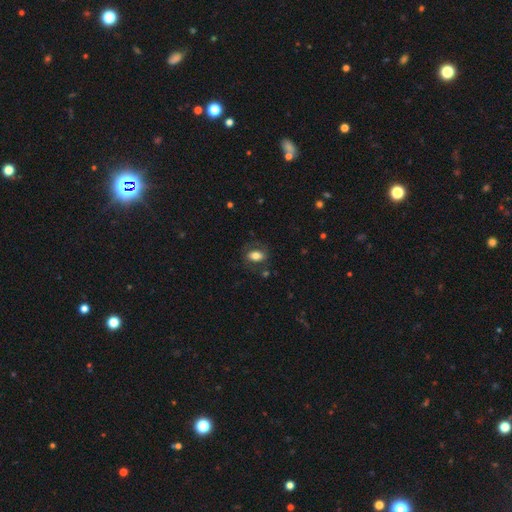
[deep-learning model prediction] Overall: smooth (65%; featured or disk 27%). How rounded: in between (81%). Merging: none (68%).